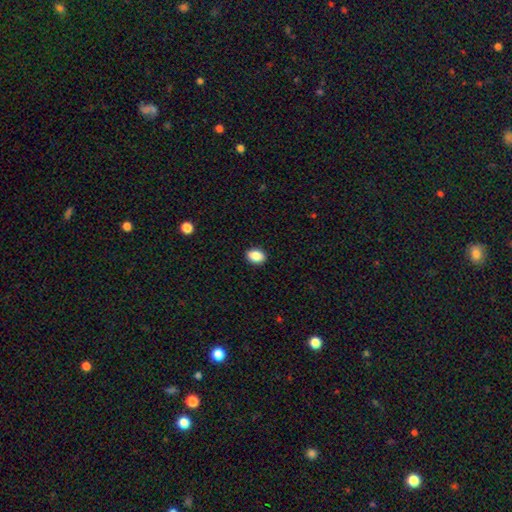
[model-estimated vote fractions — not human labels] Q: Smooth or featured?
A: smooth (88%); runner-up: star or artifact (8%)
Q: How rounded?
A: in between (75%); runner-up: round (24%)
Q: Merging?
A: none (91%); runner-up: minor disturbance (7%)